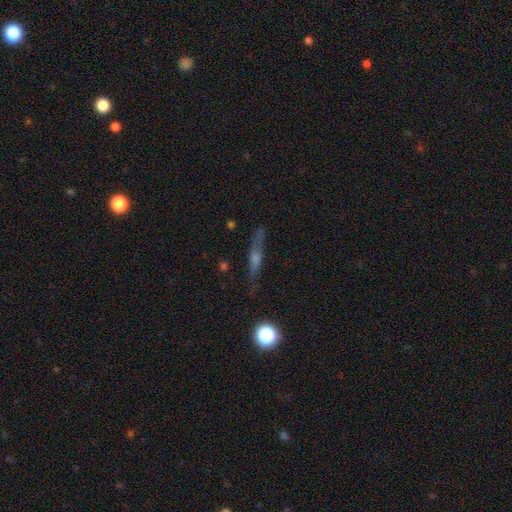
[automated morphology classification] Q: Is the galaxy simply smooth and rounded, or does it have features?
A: featured or disk — 55%.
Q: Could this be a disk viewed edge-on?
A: yes — 86%.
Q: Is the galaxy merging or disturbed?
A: none — 79%.